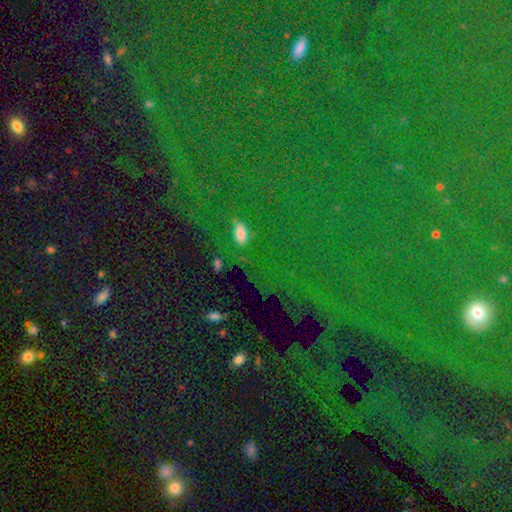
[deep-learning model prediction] Smooth or featured?
  - star or artifact: 81% *
  - smooth: 11%
  - featured or disk: 8%